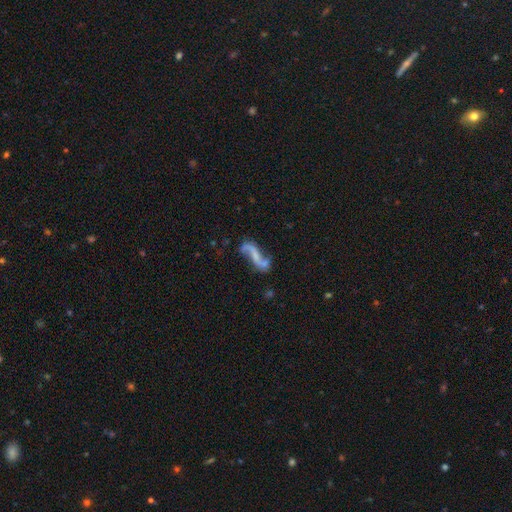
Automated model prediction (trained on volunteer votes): A featured or disk galaxy (78%) with no bar (46%), 2 (88%) loose (88%) spiral arms (89%) and no central bulge (53%).

Vote fractions:
- Smooth or featured? featured or disk: 78% / smooth: 14% / star or artifact: 8%
- Edge-on disk? no: 92% / yes: 8%
- Bar? no: 46% / weak: 33% / strong: 21%
- Spiral arms? yes: 89% / no: 11%
- Spiral winding? loose: 88% / medium: 9% / tight: 3%
- Spiral arm count? 2: 88% / 1: 6% / can't tell: 3% / 3: 1% / 4: 1% / more than 4: 1%
- Bulge size? none: 53% / small: 30% / moderate: 13% / large: 2% / dominant: 1%
- Merging? none: 51% / minor disturbance: 18% / merger: 17% / major disturbance: 14%